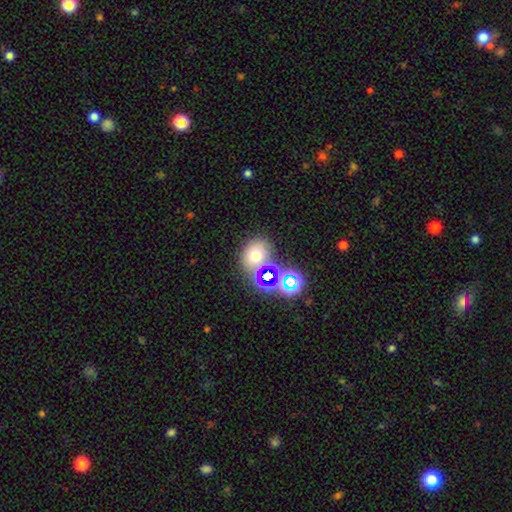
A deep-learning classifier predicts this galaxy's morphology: type=smooth (59%); roundness=round (58%); merging=none (58%).